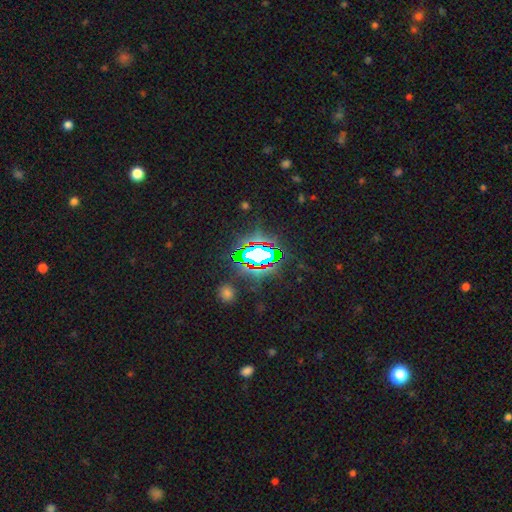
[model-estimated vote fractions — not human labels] A star or artifact, not a galaxy (78%).

Vote fractions:
- Smooth or featured? star or artifact: 78% / smooth: 14% / featured or disk: 8%